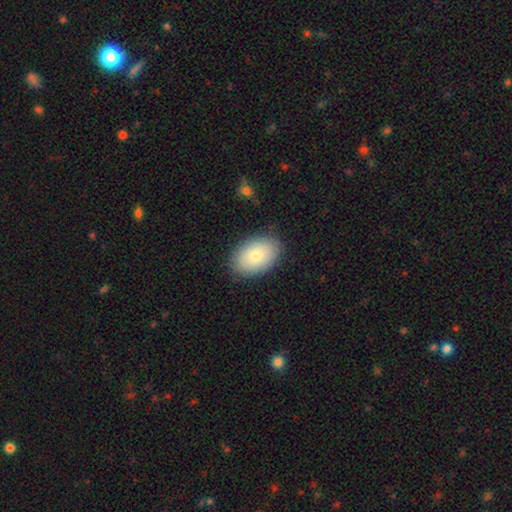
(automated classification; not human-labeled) Morphology: type=smooth (78%); roundness=in between (89%); merging=none (86%).